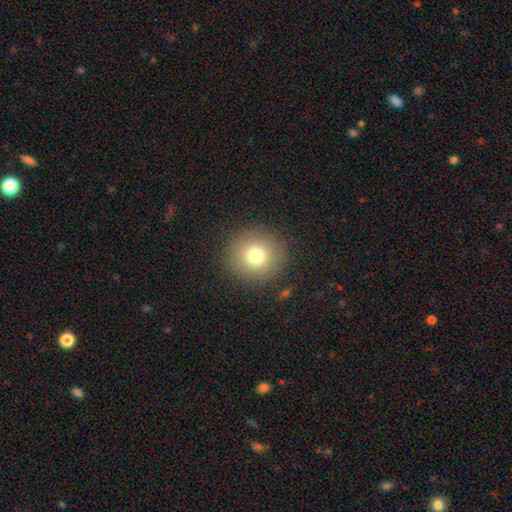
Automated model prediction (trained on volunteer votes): Q: Smooth or featured?
A: smooth (77%); runner-up: star or artifact (13%)
Q: How rounded?
A: round (93%); runner-up: in between (6%)
Q: Merging?
A: none (89%); runner-up: minor disturbance (7%)